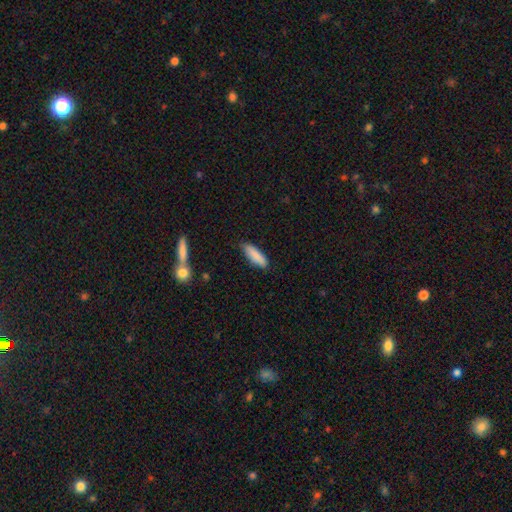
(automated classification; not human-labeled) Q: Smooth or featured?
A: smooth (86%); runner-up: featured or disk (8%)
Q: How rounded?
A: cigar-shaped (54%); runner-up: in between (45%)
Q: Merging?
A: none (81%); runner-up: minor disturbance (15%)